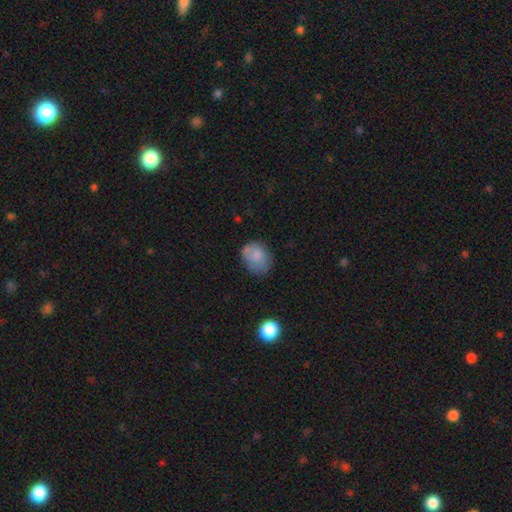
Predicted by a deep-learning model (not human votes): This appears to be a smooth galaxy with no disk features (77%) that is in between round and cigar-shaped (53%). Merging: none (63%).